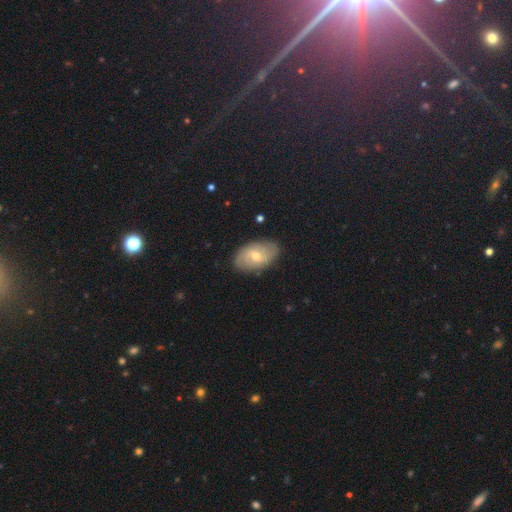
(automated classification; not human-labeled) smooth-or-featured: featured or disk: 52% | smooth: 41% | star or artifact: 6%
  disk-edge-on: no: 94% | yes: 6%
  merging: none: 83% | minor disturbance: 13% | major disturbance: 3% | merger: 1%